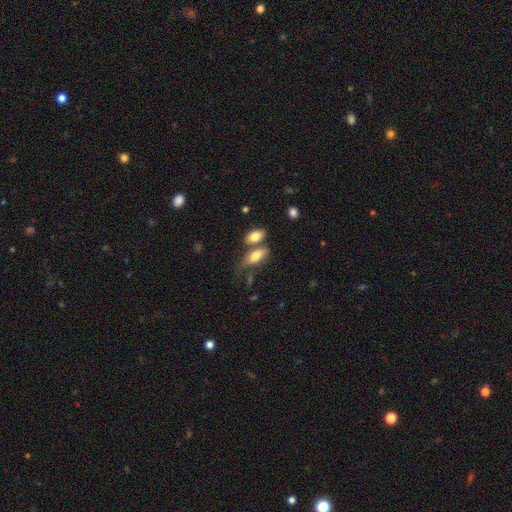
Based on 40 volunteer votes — Smooth or featured? smooth (78%)
How rounded? in between (90%)
Merging? none (61%)